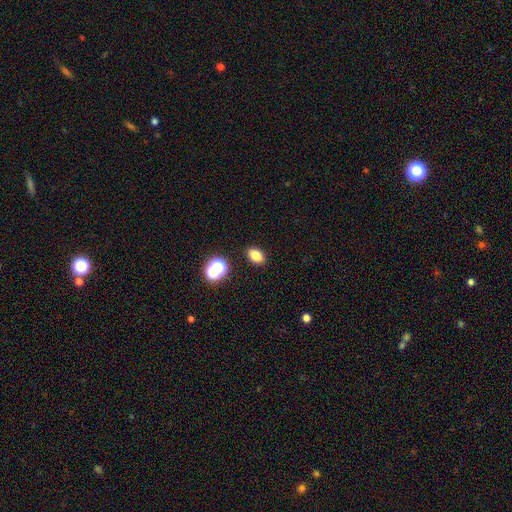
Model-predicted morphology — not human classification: smooth_or_featured: smooth (p=0.80) [alt: star or artifact p=0.14]
how_rounded: in between (p=0.81) [alt: round p=0.17]
merging: none (p=0.87) [alt: minor disturbance p=0.08]